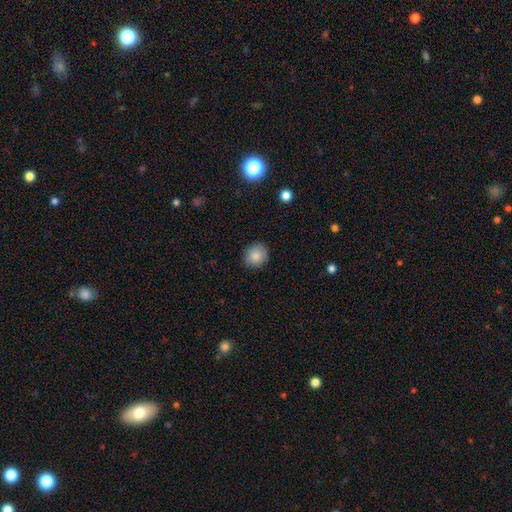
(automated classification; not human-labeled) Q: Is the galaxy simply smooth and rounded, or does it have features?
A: smooth — 85%.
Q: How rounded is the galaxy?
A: round — 81%.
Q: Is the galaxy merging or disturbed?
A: none — 87%.